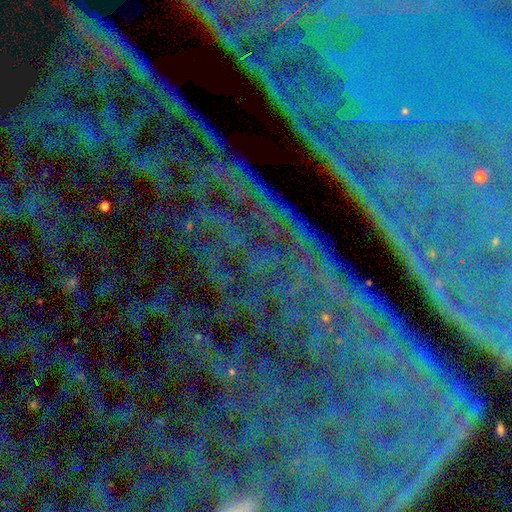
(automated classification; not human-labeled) Smooth or featured? Predicted: star or artifact (p=0.83).